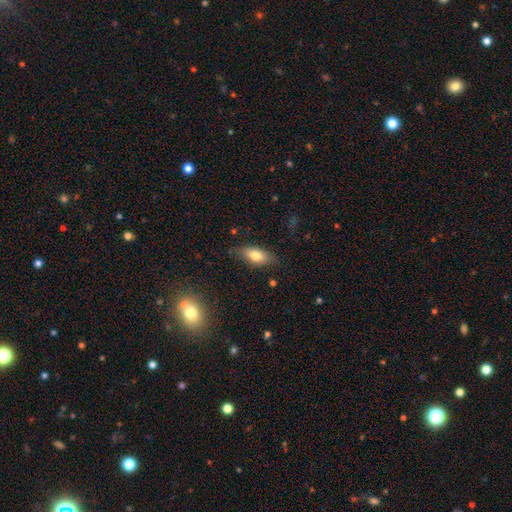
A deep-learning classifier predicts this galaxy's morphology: Smooth or featured: smooth — 75% (featured or disk — 17%)
How rounded: in between — 80% (cigar-shaped — 16%)
Merging: none — 80% (minor disturbance — 15%)